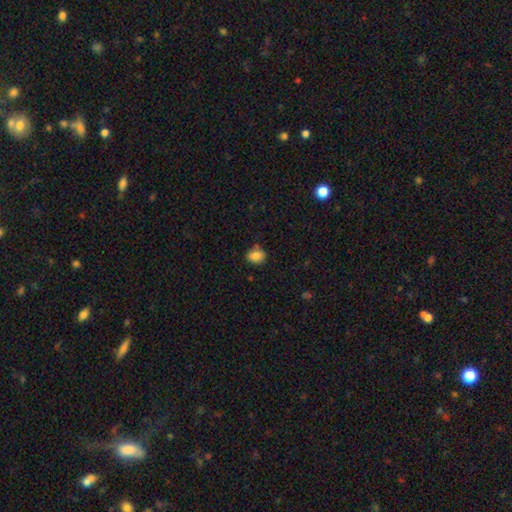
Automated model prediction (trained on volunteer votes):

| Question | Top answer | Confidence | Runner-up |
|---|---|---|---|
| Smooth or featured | smooth | 84% | star or artifact (9%) |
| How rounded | in between | 55% | round (44%) |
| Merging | none | 78% | minor disturbance (15%) |